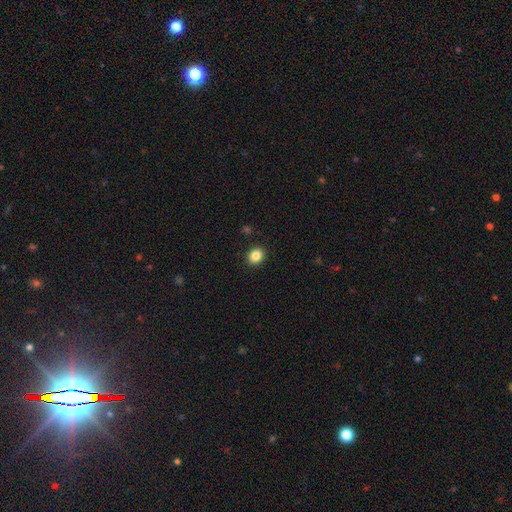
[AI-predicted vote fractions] A smooth galaxy with no disk features (86%) that is round (66%).

Vote fractions:
- Smooth or featured? smooth: 86% / star or artifact: 10% / featured or disk: 4%
- How rounded? round: 66% / in between: 33% / cigar-shaped: 1%
- Merging? none: 91% / minor disturbance: 6% / major disturbance: 2% / merger: 1%